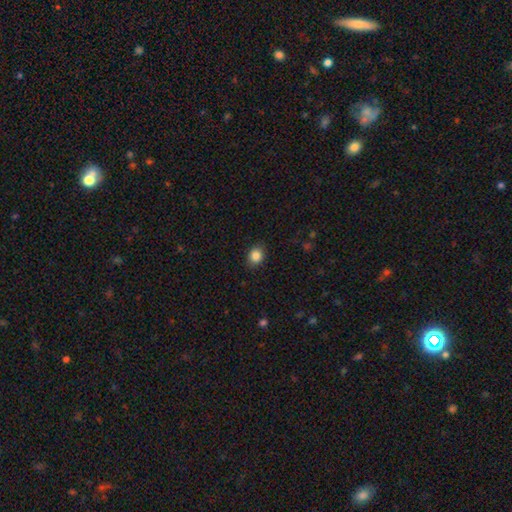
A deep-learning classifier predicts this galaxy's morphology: The model was most divided on "how rounded": round: 57%, in between: 42%, cigar-shaped: 1%. More confident: merging — none (87%); smooth or featured — smooth (86%).